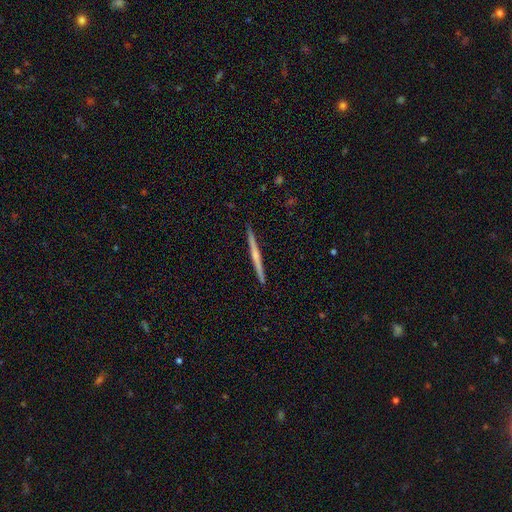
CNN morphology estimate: type=featured or disk (63%); edge-on=yes (98%); edge-on bulge=none (49%); merging=none (93%).